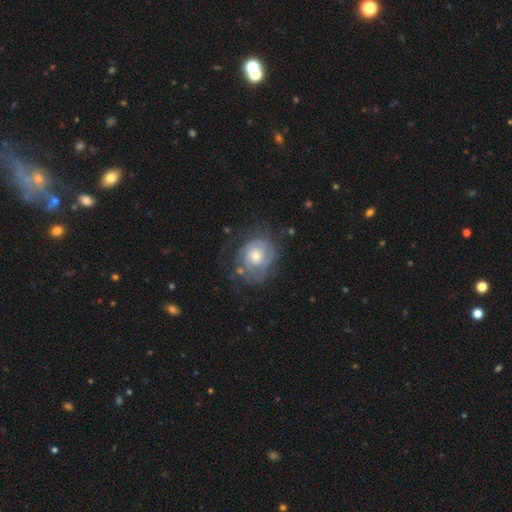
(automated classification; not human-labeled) Smooth or featured? Predicted: featured or disk (p=0.74). Edge-on disk? Predicted: no (p=0.97). Bar? Predicted: no (p=0.74). Spiral arms? Predicted: yes (p=0.83). Spiral winding? Predicted: tight (p=0.66). Spiral arm count? Predicted: can't tell (p=0.47). Bulge size? Predicted: moderate (p=0.64). Merging? Predicted: none (p=0.62).